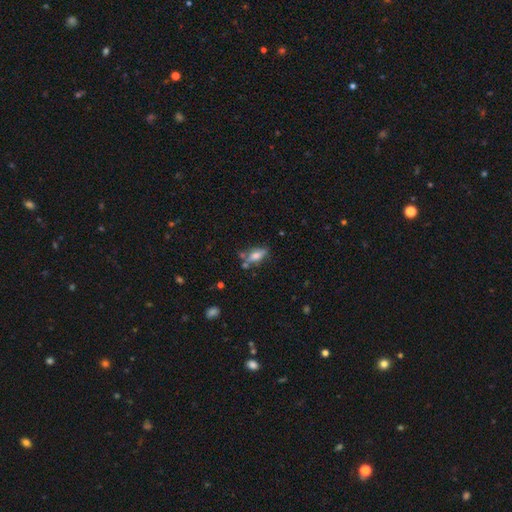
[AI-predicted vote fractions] Smooth or featured?
  - smooth: 59% *
  - featured or disk: 32%
  - star or artifact: 9%
How rounded?
  - in between: 68% *
  - cigar-shaped: 29%
  - round: 3%
Merging?
  - none: 61% *
  - minor disturbance: 19%
  - merger: 13%
  - major disturbance: 6%